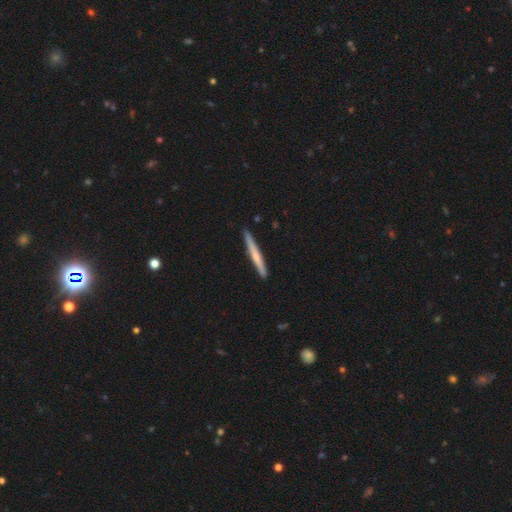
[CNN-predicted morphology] Overall: smooth (52%; featured or disk 43%). How rounded: cigar-shaped (97%). Merging: none (90%).